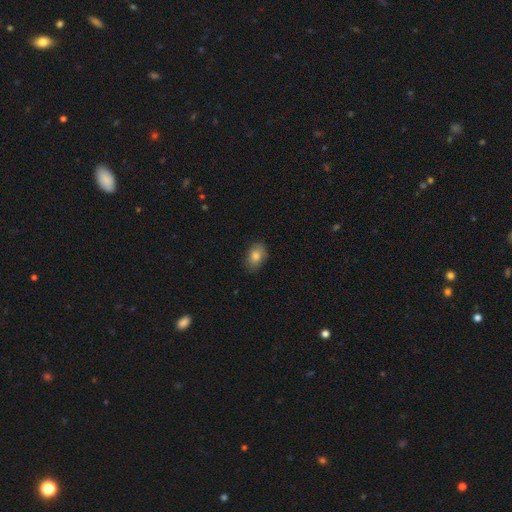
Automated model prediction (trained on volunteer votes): This is clearly a smooth galaxy (82%). How rounded: clearly in between (83%). Merging: clearly none (83%).